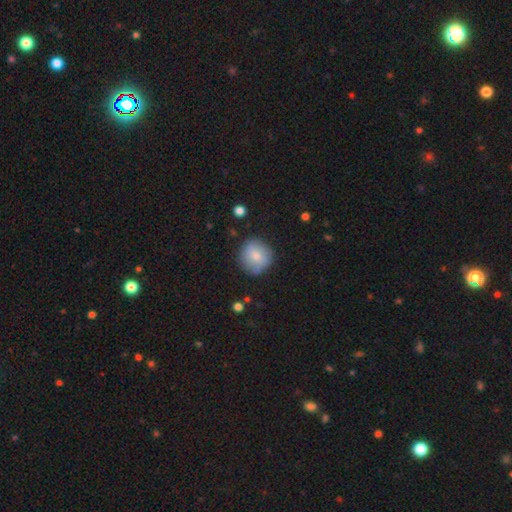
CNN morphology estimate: type=smooth (77%); roundness=round (90%); merging=none (79%).